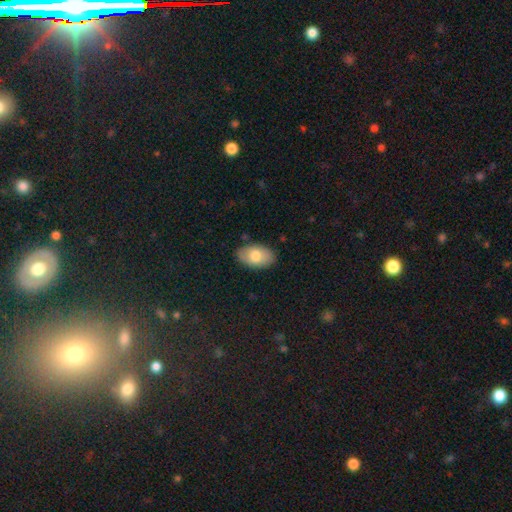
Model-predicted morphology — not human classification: A smooth galaxy with no disk features (75%) that is in between round and cigar-shaped (93%).

Vote fractions:
- Smooth or featured? smooth: 75% / featured or disk: 19% / star or artifact: 6%
- How rounded? in between: 93% / round: 6% / cigar-shaped: 1%
- Merging? none: 84% / minor disturbance: 12% / major disturbance: 2% / merger: 1%